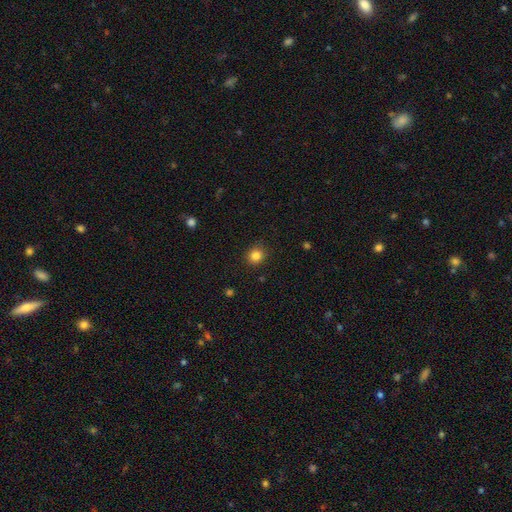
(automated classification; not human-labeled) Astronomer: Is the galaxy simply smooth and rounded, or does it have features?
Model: smooth — 84%.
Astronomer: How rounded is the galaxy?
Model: round — 83%.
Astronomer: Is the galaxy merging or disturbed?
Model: none — 88%.